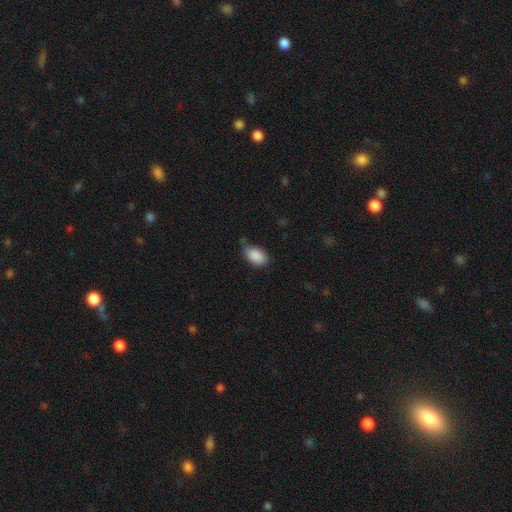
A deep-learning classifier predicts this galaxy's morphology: This is clearly a smooth galaxy (89%). How rounded: clearly in between (88%). Merging: likely none (60%).